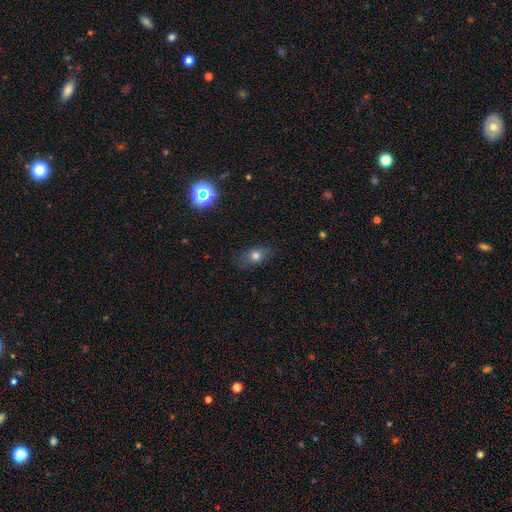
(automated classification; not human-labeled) smooth 72%, star or artifact 15%, featured or disk 14%. Down the decision tree: how rounded — in between (66%); merging — none (77%).